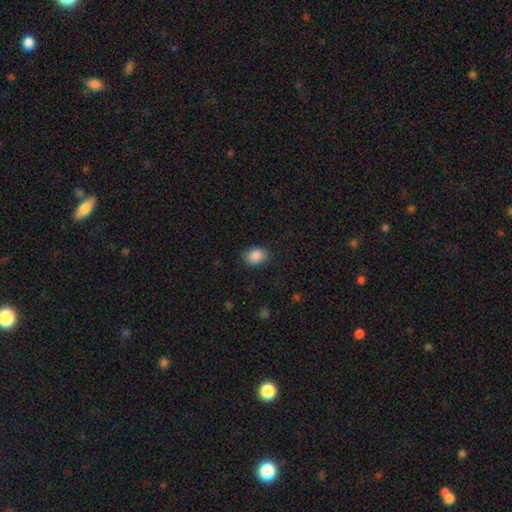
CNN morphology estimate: smooth_or_featured: smooth (p=0.88) [alt: star or artifact p=0.08]
how_rounded: in between (p=0.71) [alt: round p=0.28]
merging: none (p=0.85) [alt: minor disturbance p=0.11]